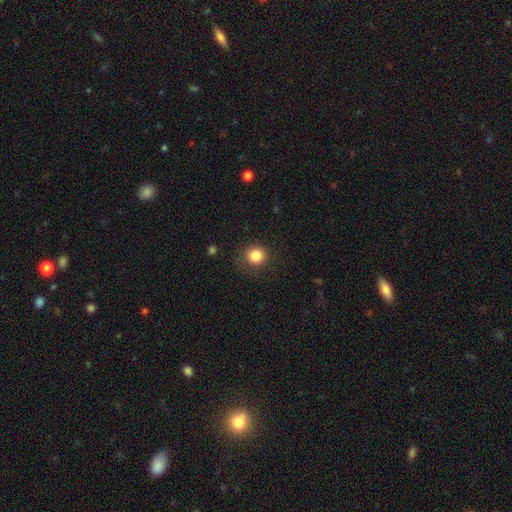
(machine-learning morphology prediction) smooth-or-featured: smooth: 84% | star or artifact: 11% | featured or disk: 5%
  how-rounded: round: 89% | in between: 10% | cigar-shaped: 1%
  merging: none: 86% | minor disturbance: 9% | major disturbance: 4% | merger: 1%